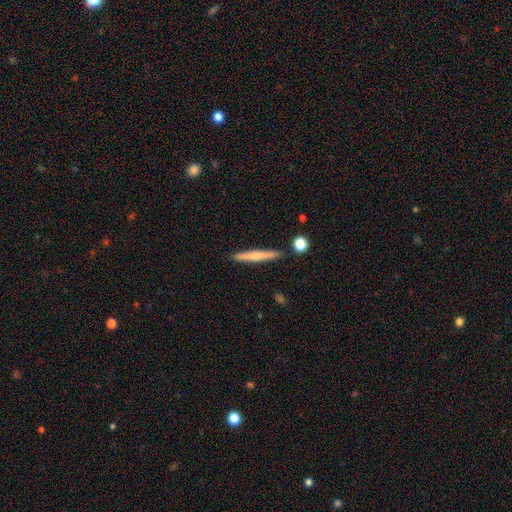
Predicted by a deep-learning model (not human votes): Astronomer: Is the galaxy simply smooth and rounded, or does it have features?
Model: smooth — 58% (runner-up: featured or disk, 36%).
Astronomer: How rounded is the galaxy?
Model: cigar-shaped — 95%.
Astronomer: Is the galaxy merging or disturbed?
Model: none — 88%.